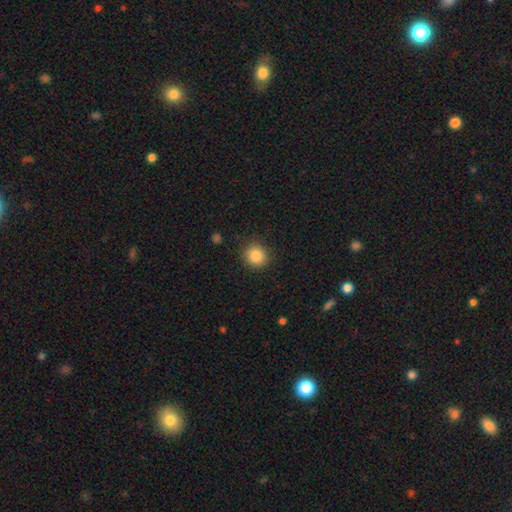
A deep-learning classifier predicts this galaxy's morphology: Smooth or featured: smooth — 86% (star or artifact — 10%)
How rounded: round — 89% (in between — 10%)
Merging: none — 88% (minor disturbance — 8%)